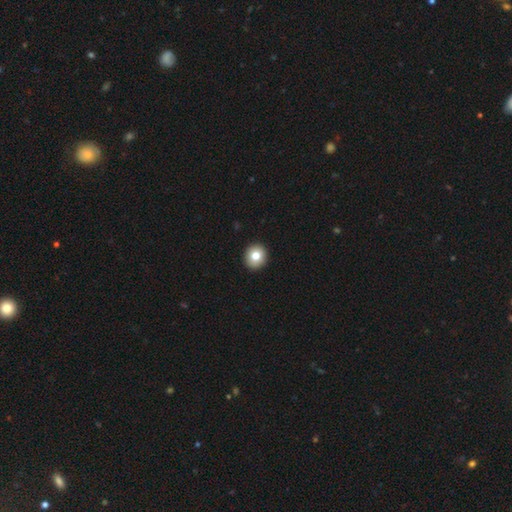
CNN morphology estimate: Overall: smooth (79%). How rounded: round (88%). Merging: none (93%).